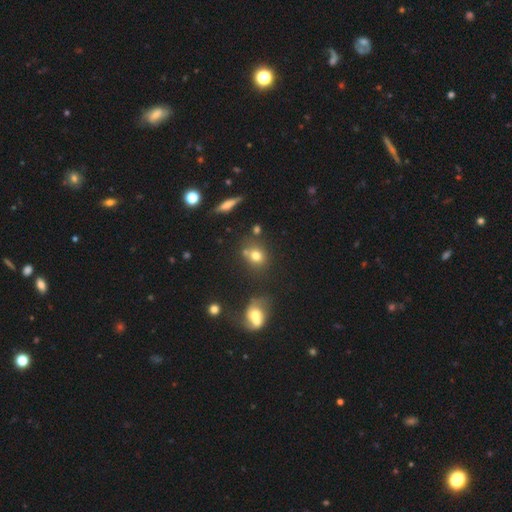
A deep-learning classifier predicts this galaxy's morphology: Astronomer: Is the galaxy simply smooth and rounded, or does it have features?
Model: smooth — 72%.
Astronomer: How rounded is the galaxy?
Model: round — 66%.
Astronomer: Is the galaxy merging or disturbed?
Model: none — 61%.